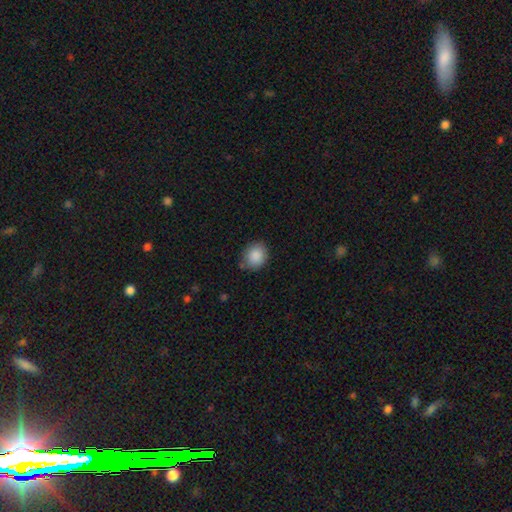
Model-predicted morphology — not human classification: Smooth or featured? Predicted: smooth (p=0.88). How rounded? Predicted: round (p=0.68). Merging? Predicted: none (p=0.80).